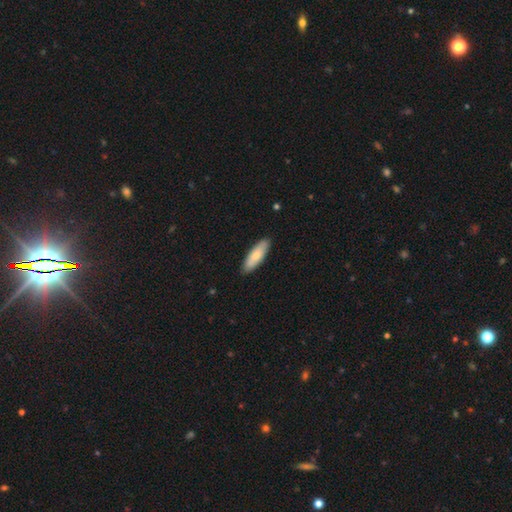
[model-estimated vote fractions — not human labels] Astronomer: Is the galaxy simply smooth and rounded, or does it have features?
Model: smooth — 75%.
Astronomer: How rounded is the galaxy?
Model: in between — 52% (runner-up: cigar-shaped, 46%).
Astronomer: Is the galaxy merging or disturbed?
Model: none — 89%.